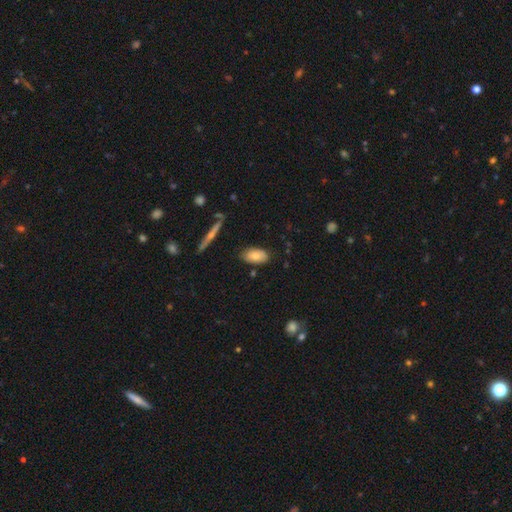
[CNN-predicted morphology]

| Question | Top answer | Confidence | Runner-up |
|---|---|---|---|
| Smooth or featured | smooth | 77% | featured or disk (15%) |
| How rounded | in between | 92% | cigar-shaped (4%) |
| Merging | none | 80% | minor disturbance (14%) |